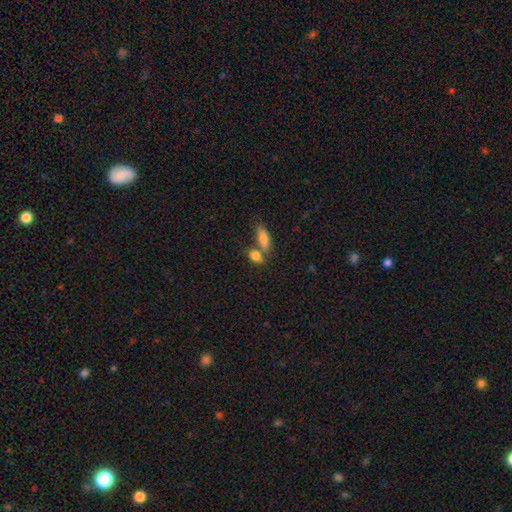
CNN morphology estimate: smooth-or-featured: smooth: 82% | featured or disk: 10% | star or artifact: 9%
  how-rounded: in between: 75% | round: 16% | cigar-shaped: 10%
  merging: merger: 45% | none: 42% | minor disturbance: 10% | major disturbance: 4%